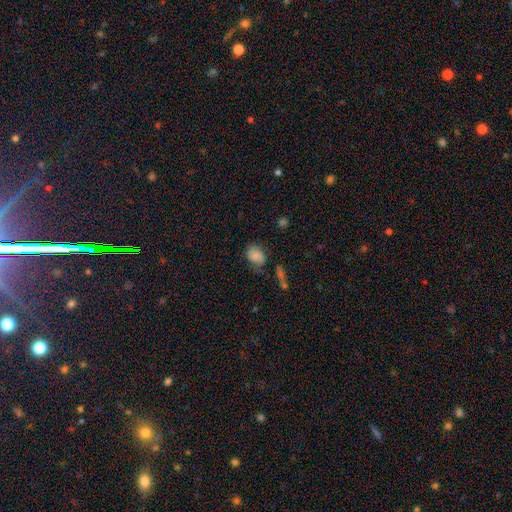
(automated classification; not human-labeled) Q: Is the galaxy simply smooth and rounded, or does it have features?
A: smooth — 79%.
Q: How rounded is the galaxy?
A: in between — 69%.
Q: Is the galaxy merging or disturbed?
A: none — 61%.